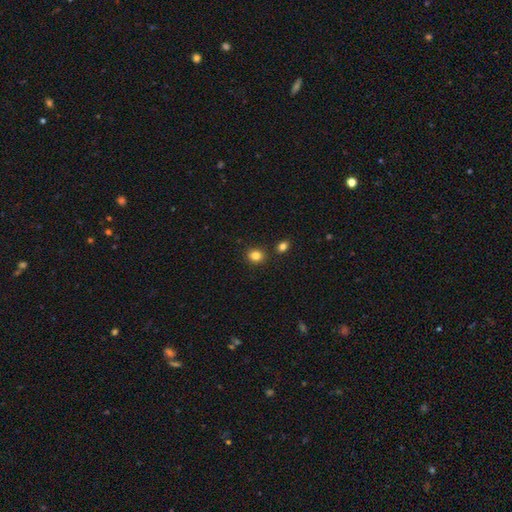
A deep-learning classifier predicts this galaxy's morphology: This is clearly a smooth galaxy (83%). How rounded: likely round (67%). Merging: clearly none (84%).